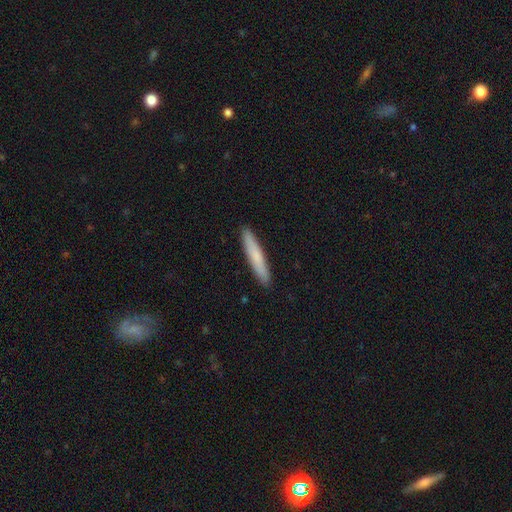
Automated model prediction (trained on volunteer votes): A smooth galaxy with no disk features (72%) that is cigar-shaped (95%). Merging: none (92%).